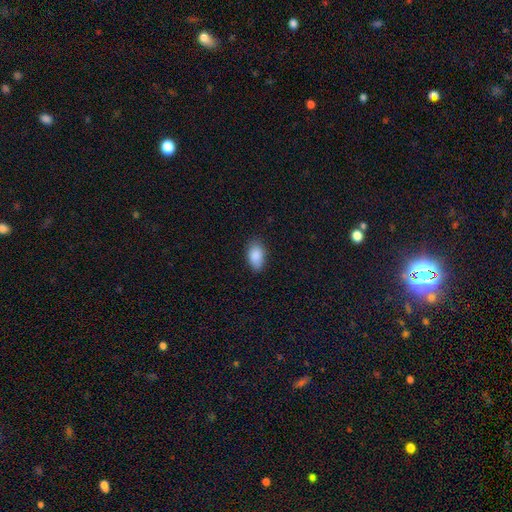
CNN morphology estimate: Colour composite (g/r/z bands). It shows a smooth galaxy with no disk features (89%) that is in between round and cigar-shaped (92%). Merging: none (82%).